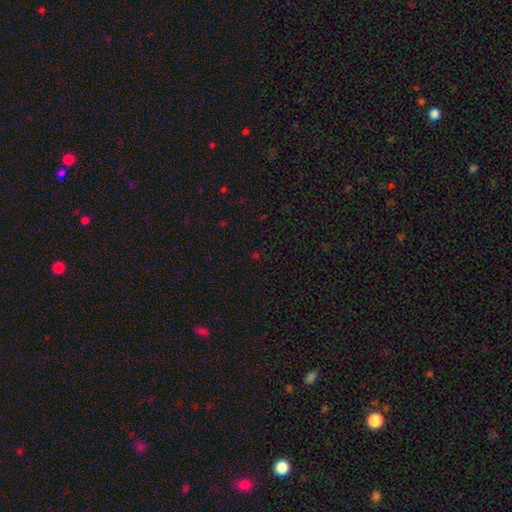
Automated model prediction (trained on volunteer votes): Smooth or featured?
  - star or artifact: 63% *
  - smooth: 30%
  - featured or disk: 7%